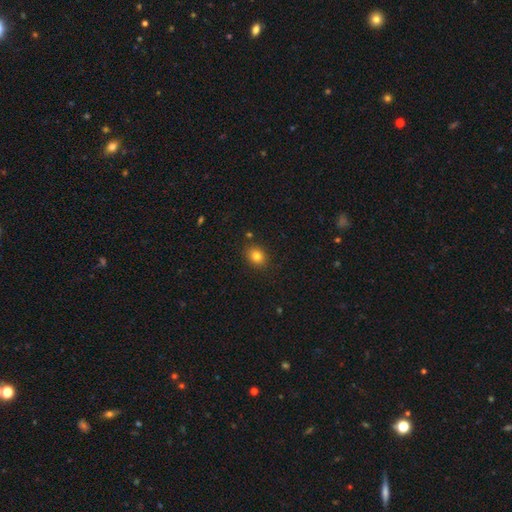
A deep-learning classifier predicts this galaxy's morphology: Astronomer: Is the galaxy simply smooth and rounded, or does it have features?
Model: smooth — 81%.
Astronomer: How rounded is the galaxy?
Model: in between — 51% (runner-up: round, 48%).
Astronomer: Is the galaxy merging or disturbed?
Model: none — 87%.